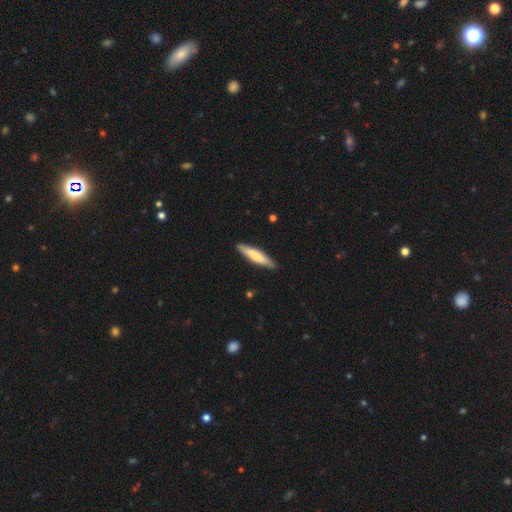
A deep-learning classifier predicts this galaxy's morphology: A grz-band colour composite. It shows a smooth galaxy with no disk features (69%) that is cigar-shaped (86%). Merging: none (89%).